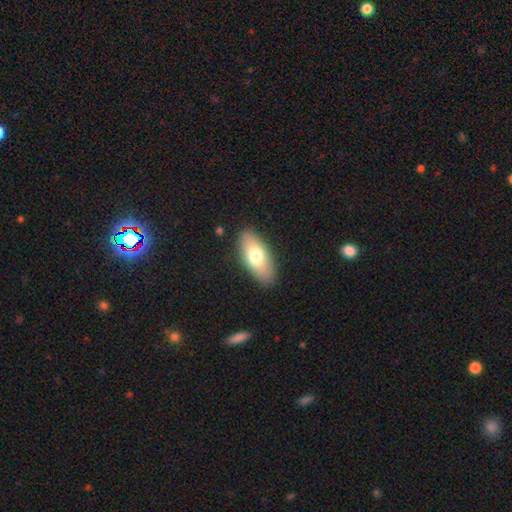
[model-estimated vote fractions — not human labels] Smooth or featured?
  - smooth: 72% *
  - featured or disk: 22%
  - star or artifact: 6%
How rounded?
  - in between: 86% *
  - cigar-shaped: 11%
  - round: 3%
Merging?
  - none: 87% *
  - minor disturbance: 9%
  - major disturbance: 2%
  - merger: 1%